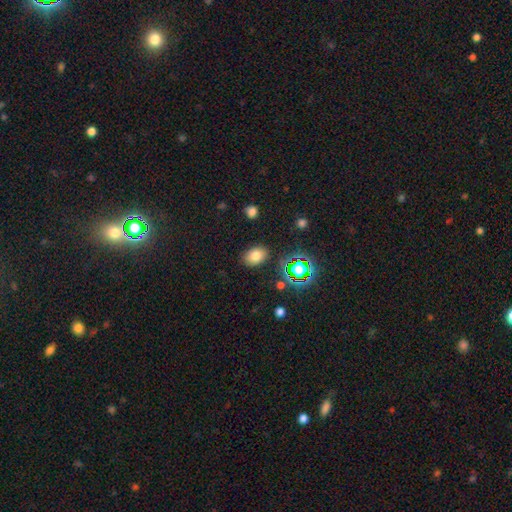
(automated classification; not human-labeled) Smooth or featured: smooth — 76% (star or artifact — 16%)
How rounded: in between — 80% (round — 19%)
Merging: none — 85% (minor disturbance — 10%)